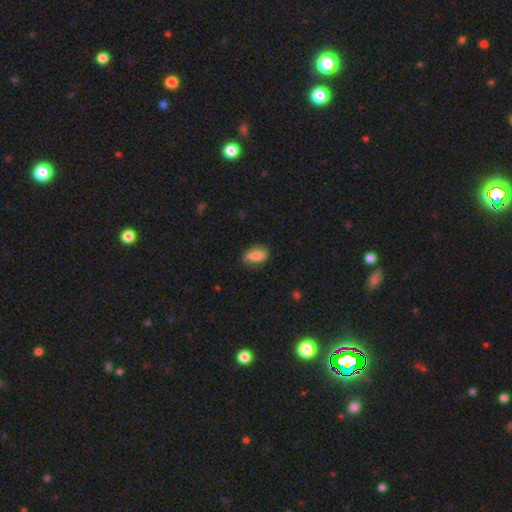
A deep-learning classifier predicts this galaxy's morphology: Q: Smooth or featured?
A: smooth (66%); runner-up: featured or disk (27%)
Q: How rounded?
A: in between (85%); runner-up: round (8%)
Q: Merging?
A: none (75%); runner-up: minor disturbance (19%)